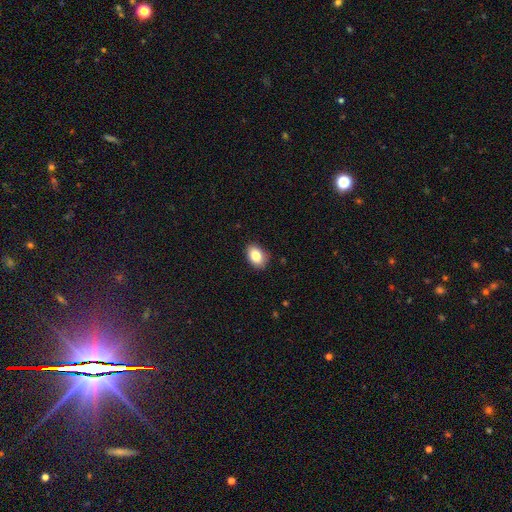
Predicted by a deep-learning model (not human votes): This appears to be a smooth galaxy with no disk features (85%) that is in between round and cigar-shaped (82%). Merging: none (86%).